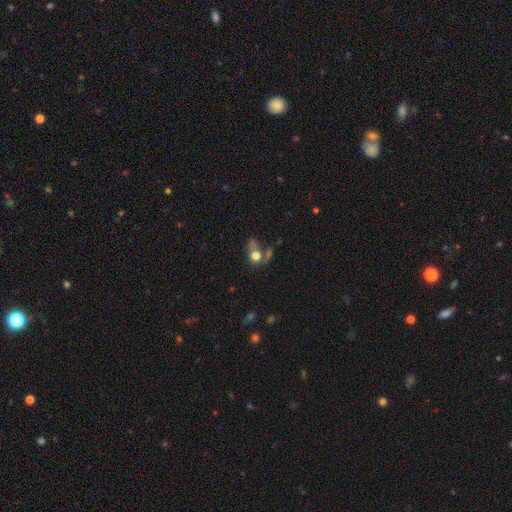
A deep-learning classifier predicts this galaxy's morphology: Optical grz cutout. It shows a smooth galaxy with no disk features (69%) that is round (64%). Merging: none (34%).